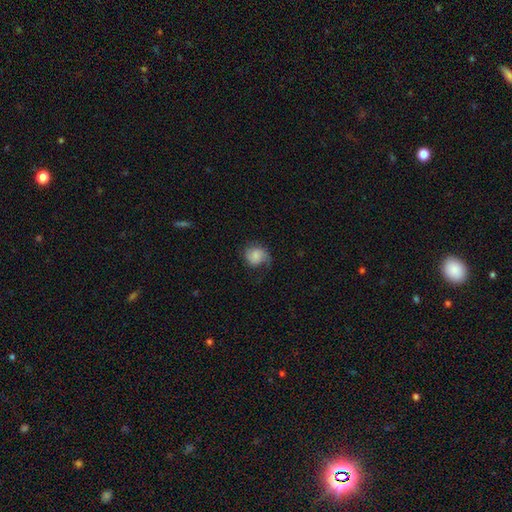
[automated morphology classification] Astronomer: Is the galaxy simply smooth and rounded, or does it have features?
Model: smooth — 67%.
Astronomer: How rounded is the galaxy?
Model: round — 72%.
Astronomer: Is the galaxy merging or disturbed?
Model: none — 50% (runner-up: minor disturbance, 30%).